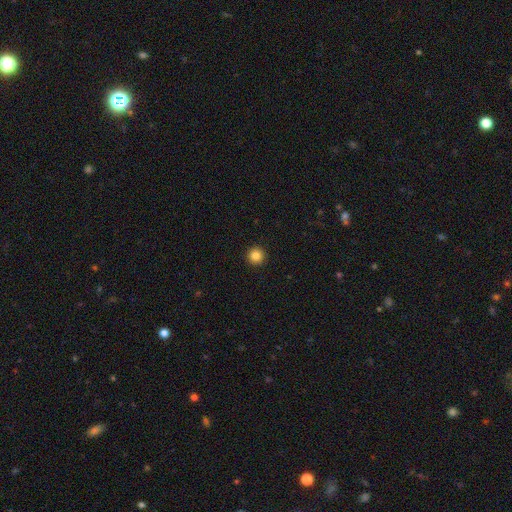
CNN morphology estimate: This appears to be a smooth galaxy with no disk features (85%) that is round (96%). Merging: none (94%).